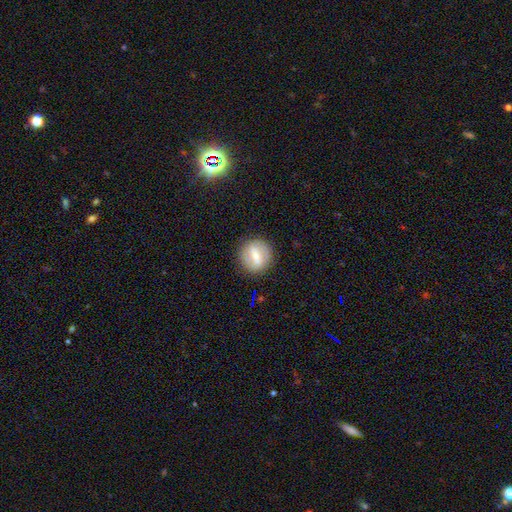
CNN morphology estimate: The model was most divided on "smooth or featured": featured or disk: 48%, smooth: 44%, star or artifact: 8%. More confident: merging — none (85%).